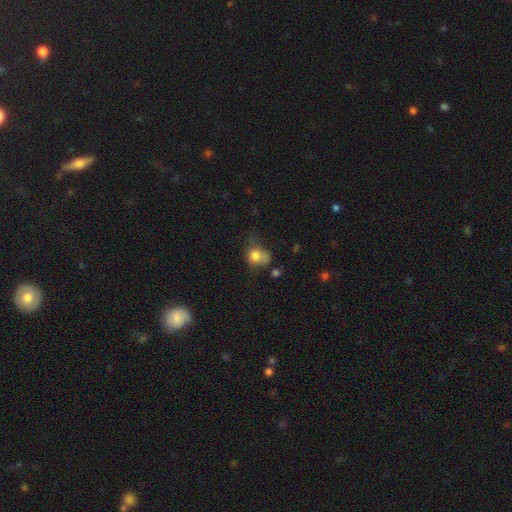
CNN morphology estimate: Smooth or featured: smooth — 77% (featured or disk — 12%)
How rounded: round — 64% (in between — 34%)
Merging: none — 37% (minor disturbance — 29%)